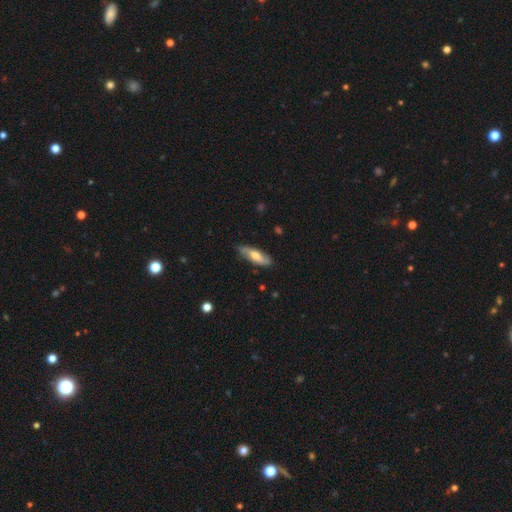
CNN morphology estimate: Overall: smooth (48%; featured or disk 46%). Merging: none (78%).